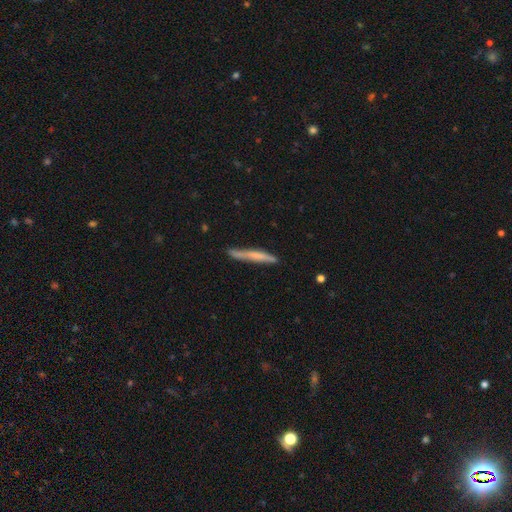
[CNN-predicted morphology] smooth-or-featured: smooth: 55% | featured or disk: 39% | star or artifact: 6%
  how-rounded: cigar-shaped: 96% | in between: 3% | round: 1%
  merging: none: 80% | minor disturbance: 15% | major disturbance: 3% | merger: 2%